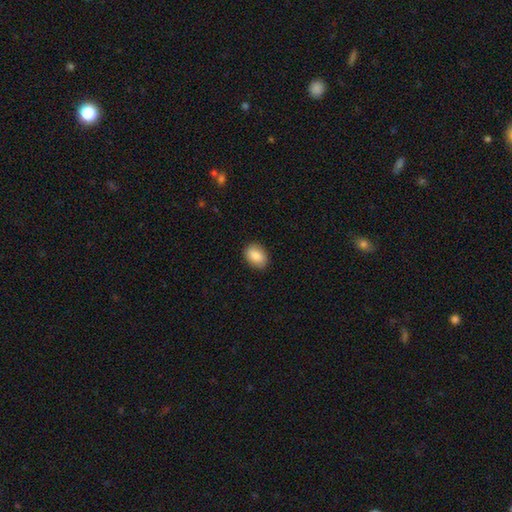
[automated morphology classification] This appears to be a smooth galaxy with no disk features (87%) that is in between round and cigar-shaped (79%). Merging: none (87%).